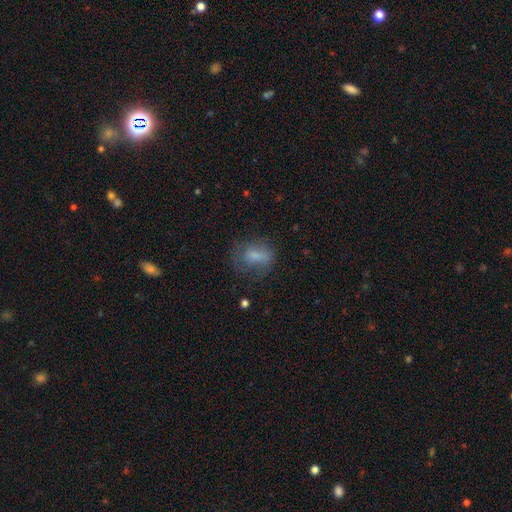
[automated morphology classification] smooth-or-featured: smooth: 66% | featured or disk: 23% | star or artifact: 11%
  how-rounded: in between: 62% | round: 35% | cigar-shaped: 3%
  merging: none: 51% | minor disturbance: 25% | major disturbance: 21% | merger: 3%